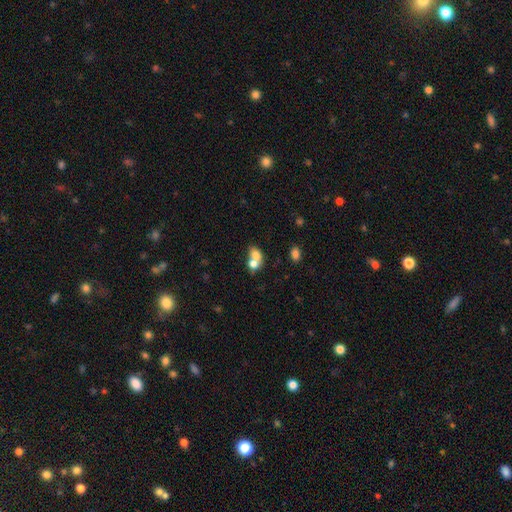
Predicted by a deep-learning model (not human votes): A smooth galaxy with no disk features (73%) that is in between round and cigar-shaped (61%).

Vote fractions:
- Smooth or featured? smooth: 73% / featured or disk: 17% / star or artifact: 10%
- How rounded? in between: 61% / round: 37% / cigar-shaped: 2%
- Merging? merger: 65% / none: 24% / minor disturbance: 7% / major disturbance: 4%